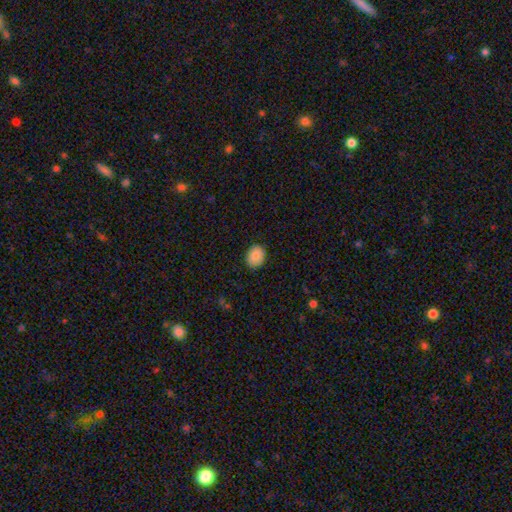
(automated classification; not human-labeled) smooth_or_featured: smooth (p=0.85) [alt: star or artifact p=0.08]
how_rounded: in between (p=0.50) [alt: round p=0.49]
merging: none (p=0.87) [alt: minor disturbance p=0.10]